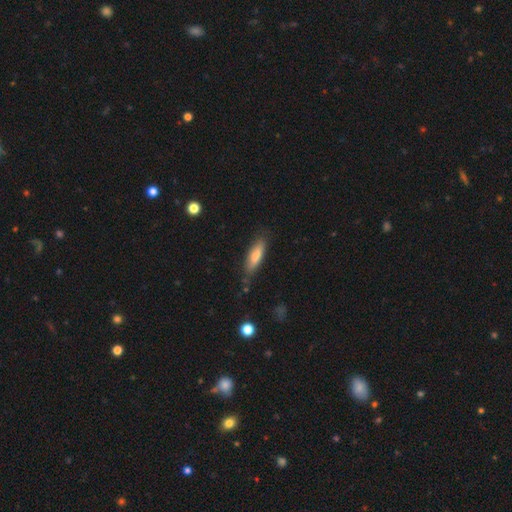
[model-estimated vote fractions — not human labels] Smooth or featured: smooth — 73% (featured or disk — 21%)
How rounded: cigar-shaped — 58% (in between — 40%)
Merging: none — 78% (minor disturbance — 16%)